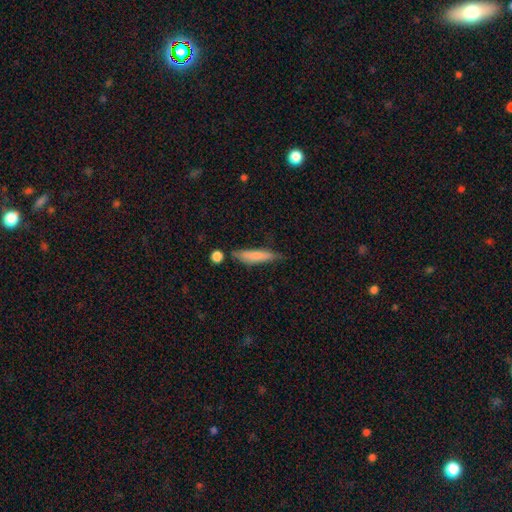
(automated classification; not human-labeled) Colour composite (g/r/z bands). It shows a smooth galaxy with no disk features (75%) that is cigar-shaped (80%). Merging: none (58%).